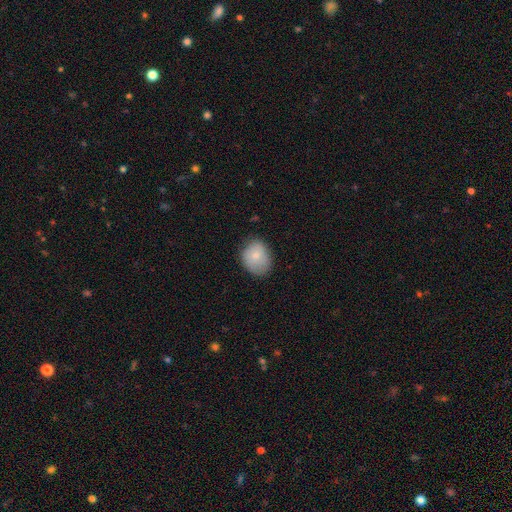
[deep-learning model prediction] Smooth or featured? Predicted: smooth (p=0.78). How rounded? Predicted: in between (p=0.51). Merging? Predicted: none (p=0.70).